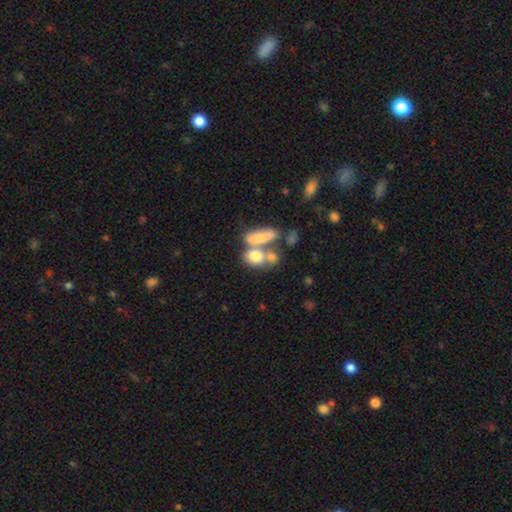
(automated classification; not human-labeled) smooth-or-featured: smooth: 73% | featured or disk: 18% | star or artifact: 9%
  how-rounded: in between: 69% | round: 23% | cigar-shaped: 8%
  merging: merger: 53% | none: 30% | minor disturbance: 10% | major disturbance: 7%